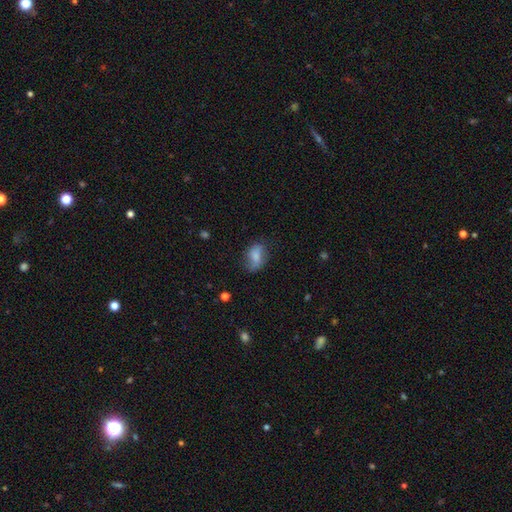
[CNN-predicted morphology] Q: Smooth or featured?
A: smooth (69%); runner-up: featured or disk (22%)
Q: How rounded?
A: in between (83%); runner-up: round (15%)
Q: Merging?
A: none (63%); runner-up: minor disturbance (26%)